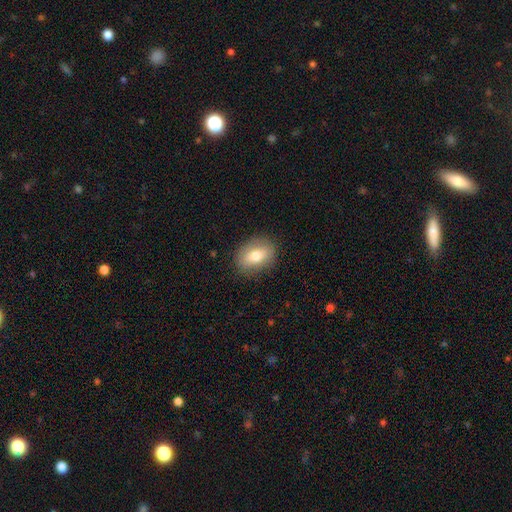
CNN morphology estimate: This appears to be a smooth galaxy with no disk features (71%) that is in between round and cigar-shaped (75%). Merging: none (84%).